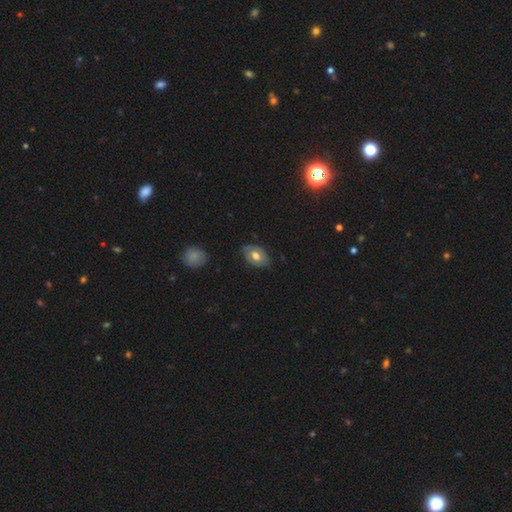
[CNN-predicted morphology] A smooth galaxy with no disk features (55%) that is in between round and cigar-shaped (84%).

Vote fractions:
- Smooth or featured? smooth: 55% / featured or disk: 37% / star or artifact: 7%
- How rounded? in between: 84% / round: 14% / cigar-shaped: 1%
- Merging? none: 75% / minor disturbance: 20% / major disturbance: 4% / merger: 1%